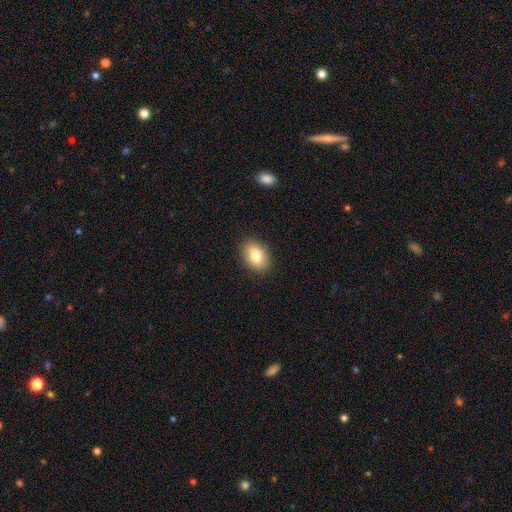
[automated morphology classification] smooth-or-featured: smooth: 82% | featured or disk: 11% | star or artifact: 8%
  how-rounded: in between: 82% | round: 17% | cigar-shaped: 1%
  merging: none: 88% | minor disturbance: 9% | major disturbance: 2% | merger: 1%